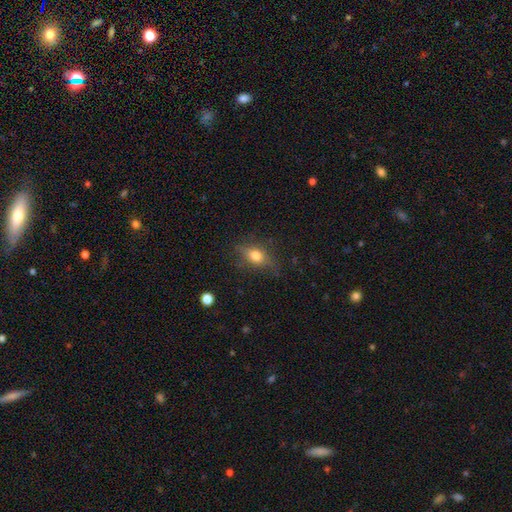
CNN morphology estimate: This appears to be a smooth galaxy with no disk features (63%) that is in between round and cigar-shaped (63%). Merging: none (75%).